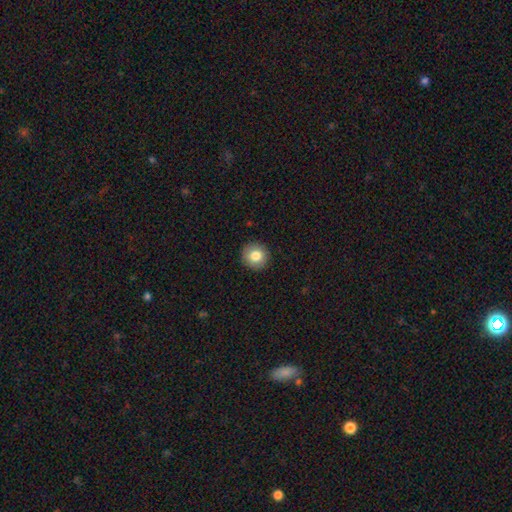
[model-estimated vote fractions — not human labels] The model was most divided on "smooth or featured": smooth: 82%, featured or disk: 10%, star or artifact: 9%. More confident: how rounded — round (94%); merging — none (92%).